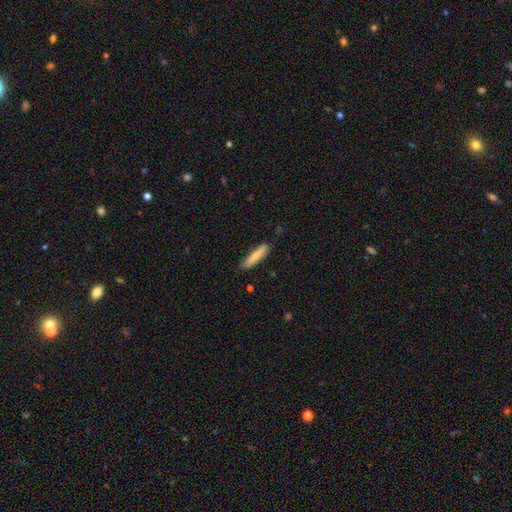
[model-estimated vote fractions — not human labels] smooth_or_featured: smooth (p=0.77) [alt: featured or disk p=0.17]
how_rounded: cigar-shaped (p=0.88) [alt: in between p=0.11]
merging: none (p=0.82) [alt: minor disturbance p=0.14]